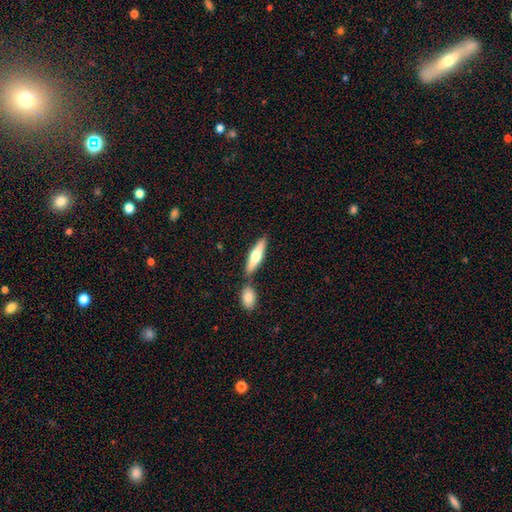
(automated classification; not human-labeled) A featured or disk galaxy (48%). Merging: none (70%).